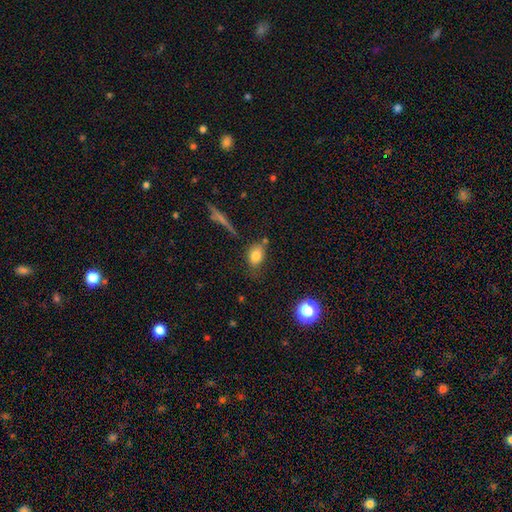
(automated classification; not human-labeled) Smooth or featured? smooth (79%)
How rounded? in between (76%)
Merging? none (65%)